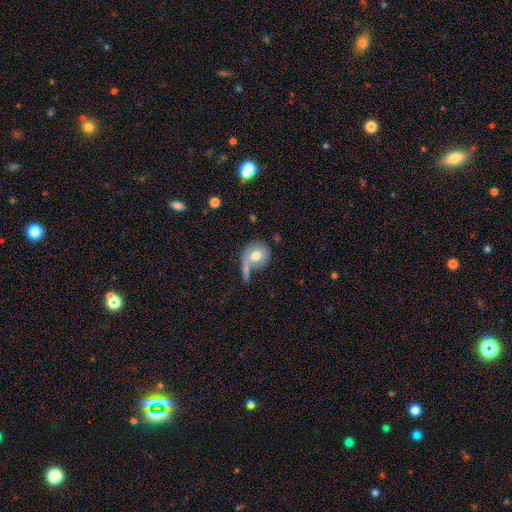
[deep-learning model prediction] Smooth or featured: smooth — 68% (featured or disk — 24%)
How rounded: round — 71% (in between — 28%)
Merging: none — 35% (major disturbance — 25%)